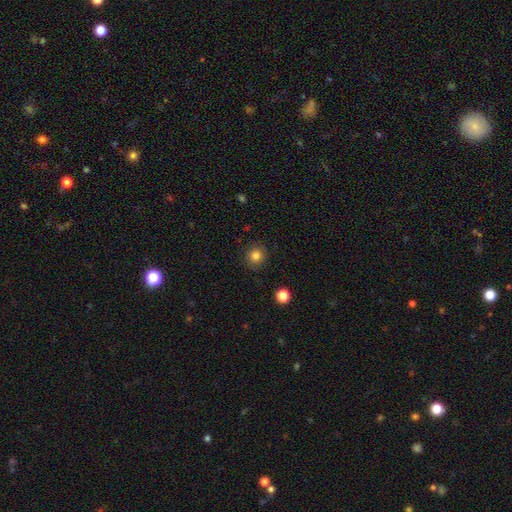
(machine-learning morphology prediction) smooth_or_featured: smooth (p=0.83) [alt: star or artifact p=0.11]
how_rounded: round (p=0.89) [alt: in between p=0.10]
merging: none (p=0.89) [alt: minor disturbance p=0.08]